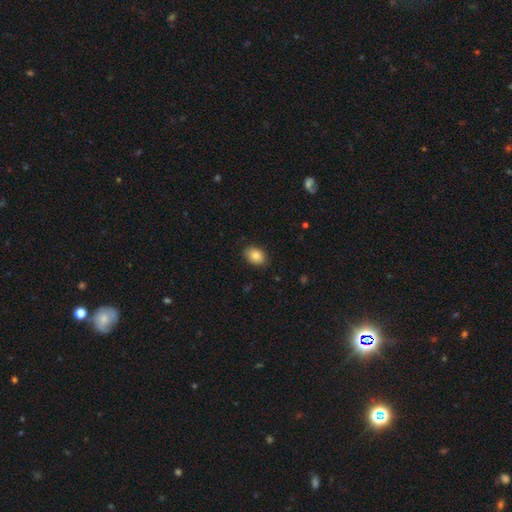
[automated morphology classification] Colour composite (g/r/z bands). It shows a smooth galaxy with no disk features (85%) that is in between round and cigar-shaped (78%). Merging: none (85%).